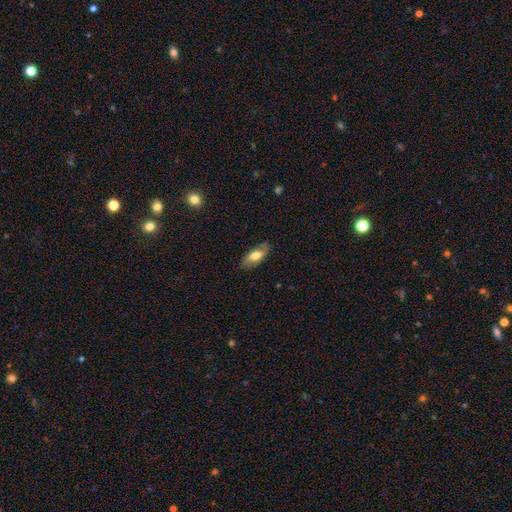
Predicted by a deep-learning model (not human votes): Morphology: type=smooth (61%); roundness=in between (86%); merging=none (80%).